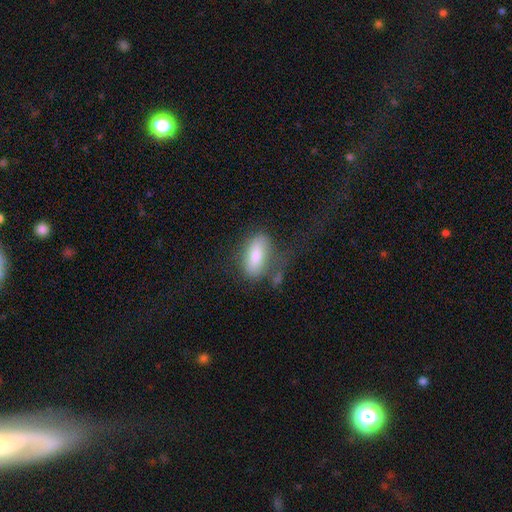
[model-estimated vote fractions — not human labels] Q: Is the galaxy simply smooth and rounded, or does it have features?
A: smooth — 70%.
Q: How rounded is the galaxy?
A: in between — 81%.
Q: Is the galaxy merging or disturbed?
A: none — 50%.